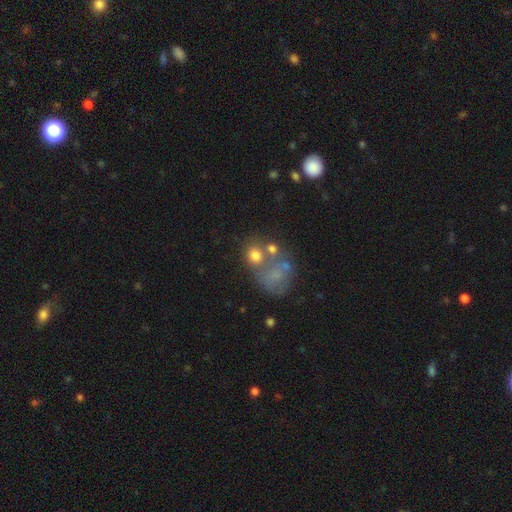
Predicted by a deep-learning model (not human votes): smooth 68%, featured or disk 18%, star or artifact 14%. Down the decision tree: how rounded — round (67%); merging — none (41%).